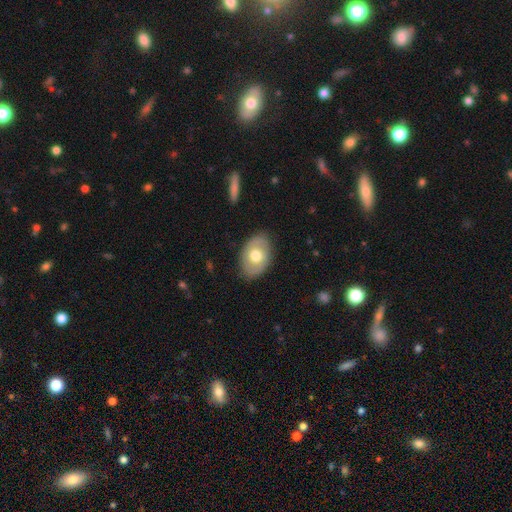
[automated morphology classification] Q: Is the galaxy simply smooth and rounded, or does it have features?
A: smooth — 62%.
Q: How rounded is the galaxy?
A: in between — 84%.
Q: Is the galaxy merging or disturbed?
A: none — 82%.